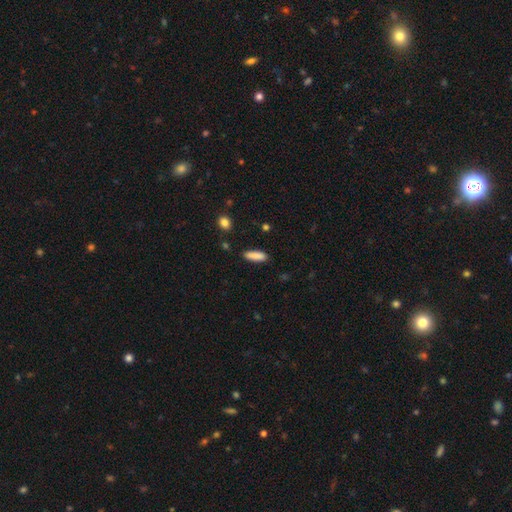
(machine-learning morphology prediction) This appears to be a smooth galaxy with no disk features (88%) that is cigar-shaped (59%). Merging: none (85%).